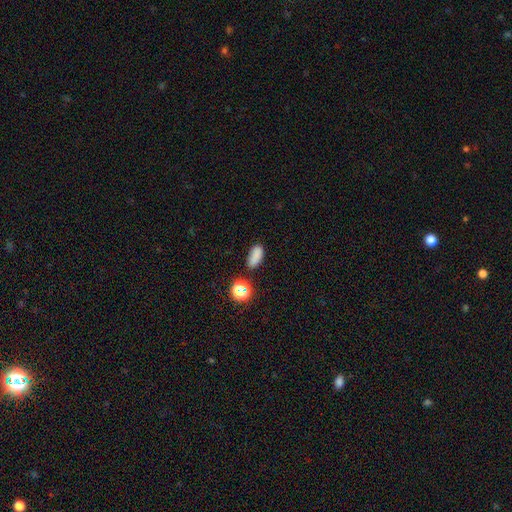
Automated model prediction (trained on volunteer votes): The model was most divided on "merging": none: 75%, minor disturbance: 15%, merger: 6%, major disturbance: 4%. More confident: how rounded — in between (83%); smooth or featured — smooth (80%).